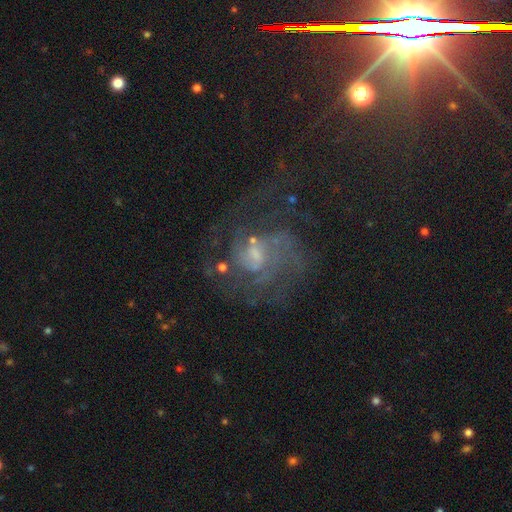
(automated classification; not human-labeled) smooth-or-featured: featured or disk: 77% | smooth: 12% | star or artifact: 11%
  disk-edge-on: no: 98% | yes: 2%
    bar: no: 49% | weak: 44% | strong: 7%
    has-spiral-arms: yes: 86% | no: 14%
      spiral-winding: medium: 44% | tight: 35% | loose: 22%
      spiral-arm-count: can't tell: 37% | 2: 20% | 3: 18% | 4: 11% | 1: 8% | more than 4: 7%
    bulge-size: small: 50% | moderate: 31% | none: 14% | large: 3% | dominant: 1%
  merging: none: 53% | major disturbance: 26% | minor disturbance: 16% | merger: 5%